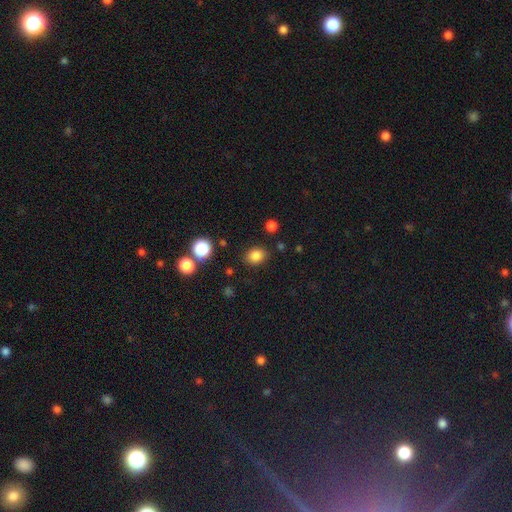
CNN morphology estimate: Smooth or featured? smooth (84%)
How rounded? round (53%)
Merging? none (84%)